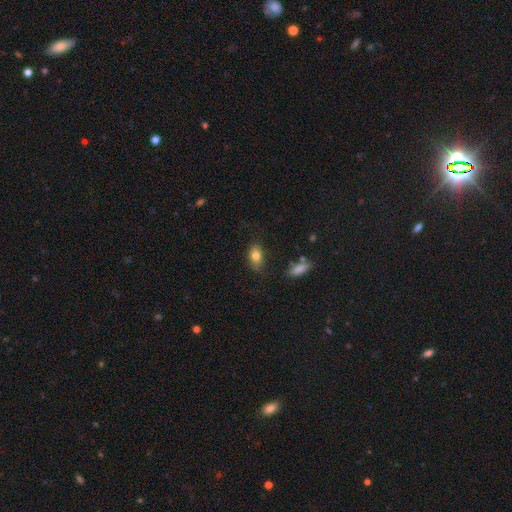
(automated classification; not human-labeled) Morphology: type=smooth (81%); roundness=in between (84%); merging=none (73%).